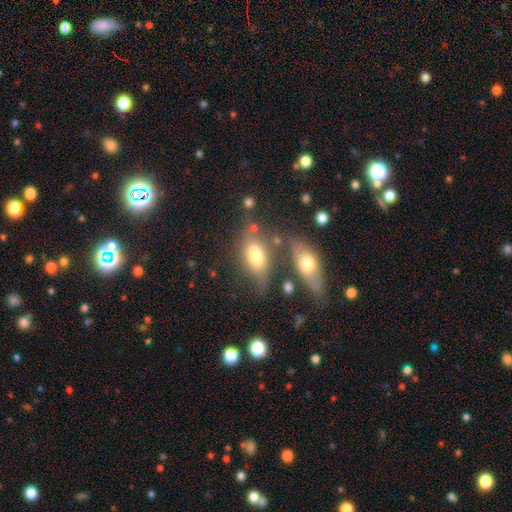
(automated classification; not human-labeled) smooth-or-featured: smooth: 68% | featured or disk: 22% | star or artifact: 10%
  how-rounded: in between: 85% | round: 8% | cigar-shaped: 7%
  merging: none: 49% | minor disturbance: 21% | merger: 18% | major disturbance: 12%